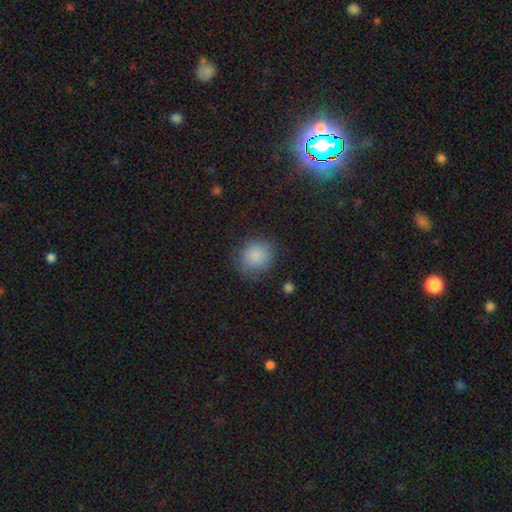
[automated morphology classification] smooth_or_featured: smooth (p=0.85) [alt: star or artifact p=0.09]
how_rounded: round (p=0.83) [alt: in between p=0.16]
merging: none (p=0.75) [alt: minor disturbance p=0.17]